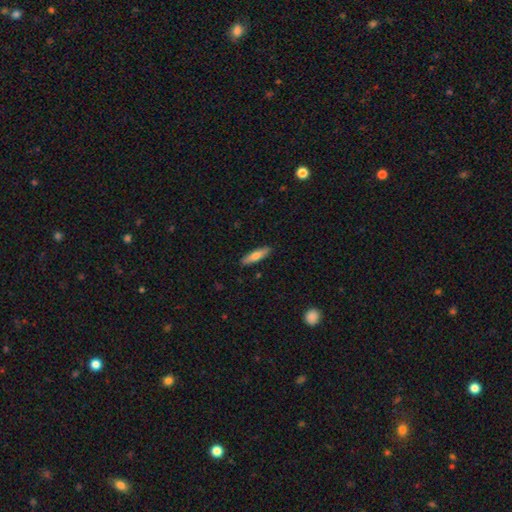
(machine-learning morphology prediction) Smooth or featured?
  - smooth: 70% *
  - featured or disk: 24%
  - star or artifact: 6%
How rounded?
  - cigar-shaped: 72% *
  - in between: 26%
  - round: 2%
Merging?
  - none: 89% *
  - minor disturbance: 8%
  - major disturbance: 2%
  - merger: 1%